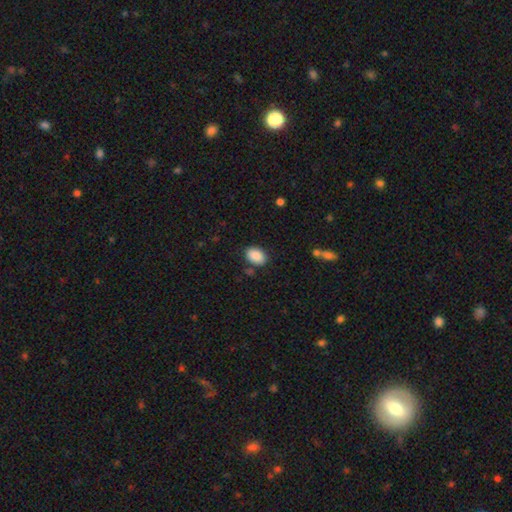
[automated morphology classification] This is clearly a smooth galaxy (89%). How rounded: clearly in between (81%). Merging: clearly none (80%).